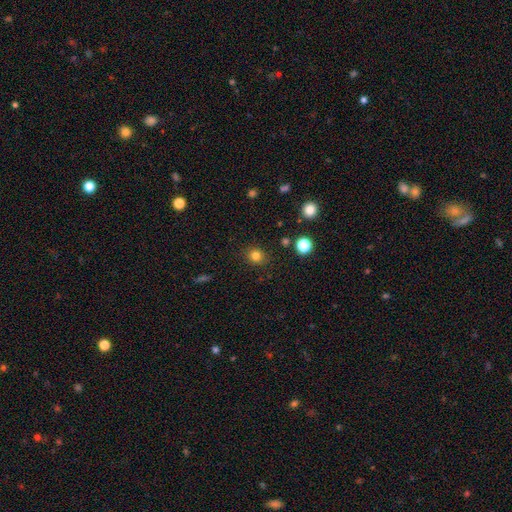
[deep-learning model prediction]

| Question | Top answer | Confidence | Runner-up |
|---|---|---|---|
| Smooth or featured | smooth | 81% | star or artifact (14%) |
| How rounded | round | 83% | in between (16%) |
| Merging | none | 89% | minor disturbance (7%) |